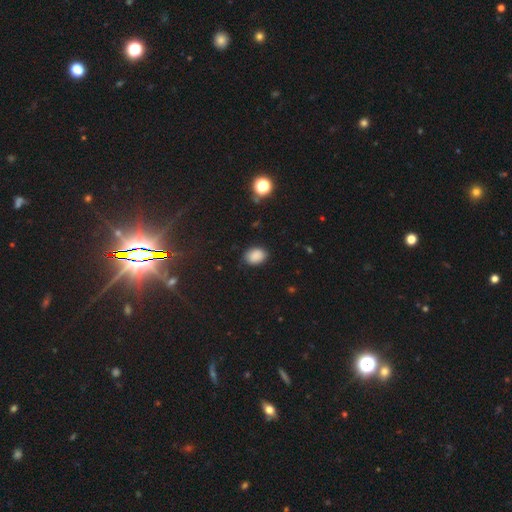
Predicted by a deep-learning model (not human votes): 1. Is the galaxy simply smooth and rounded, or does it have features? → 86% smooth, 10% star or artifact, 4% featured or disk.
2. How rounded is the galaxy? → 73% in between, 26% round, 1% cigar-shaped.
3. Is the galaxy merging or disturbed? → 82% none, 14% minor disturbance, 3% major disturbance, 1% merger.